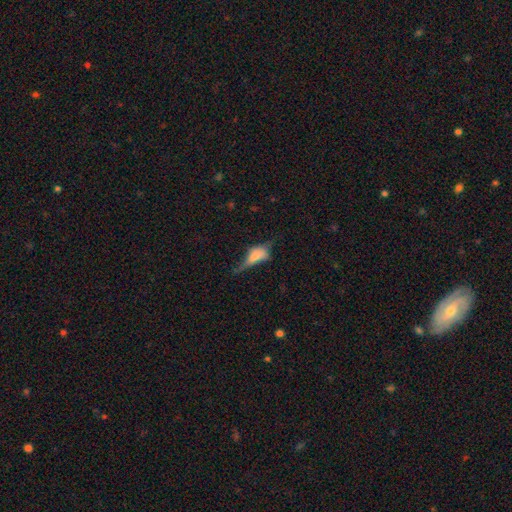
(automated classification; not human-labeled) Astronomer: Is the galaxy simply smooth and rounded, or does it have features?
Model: smooth — 55% (runner-up: featured or disk, 34%).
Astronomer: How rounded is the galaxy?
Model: in between — 74%.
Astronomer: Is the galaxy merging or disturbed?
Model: major disturbance — 44% (runner-up: minor disturbance, 27%).